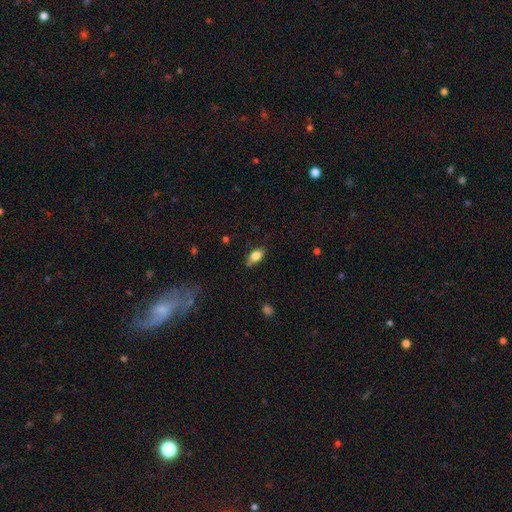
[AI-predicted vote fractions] Smooth or featured? smooth (79%)
How rounded? in between (86%)
Merging? none (74%)